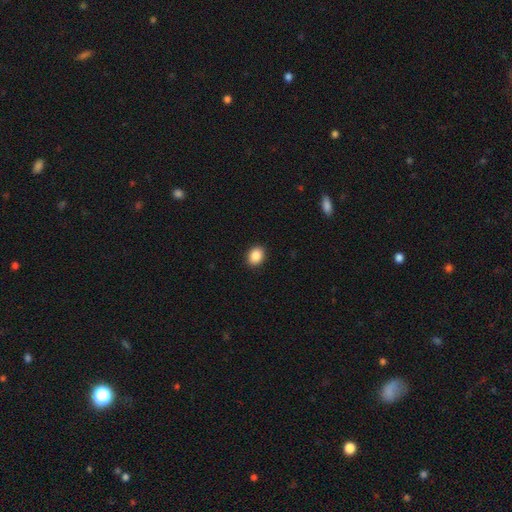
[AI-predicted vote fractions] Smooth or featured? Predicted: smooth (p=0.89). How rounded? Predicted: in between (p=0.57). Merging? Predicted: none (p=0.91).